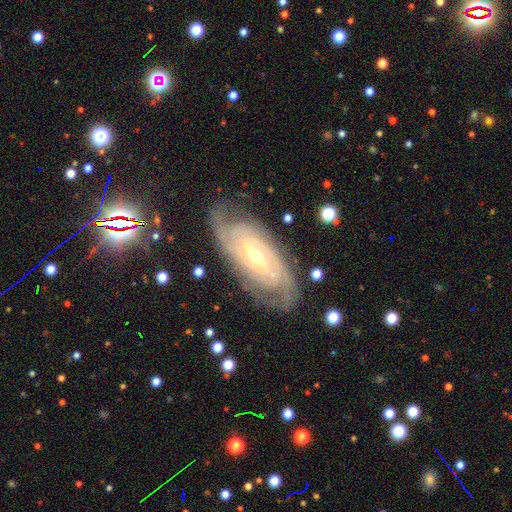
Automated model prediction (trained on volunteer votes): featured or disk 89%, star or artifact 6%, smooth 5%. Down the decision tree: edge-on disk — no (94%); bar — weak (42%); spiral arms — yes (97%); spiral arm count — can't tell (28%, tied with 2); spiral winding — tight (75%); bulge size — small (54%); merging — none (78%).